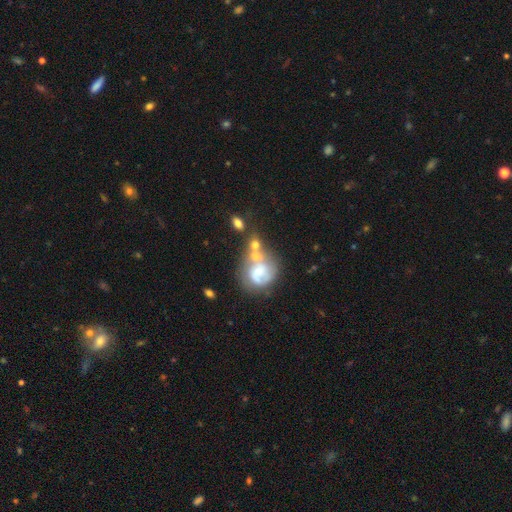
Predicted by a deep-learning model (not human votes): A featured or disk galaxy (51%). Merging: merger (43%).